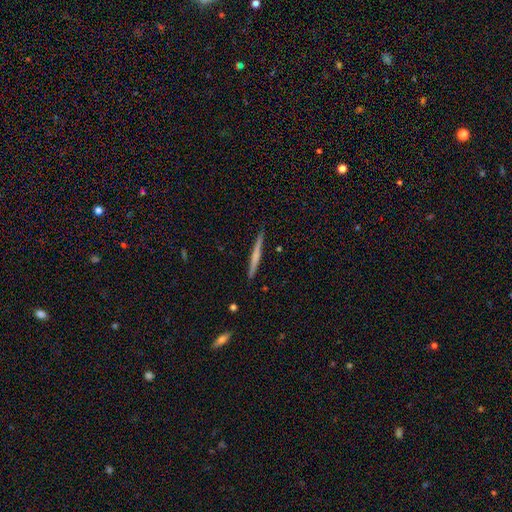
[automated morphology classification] This appears to be a smooth galaxy with no disk features (48%). Merging: none (91%).